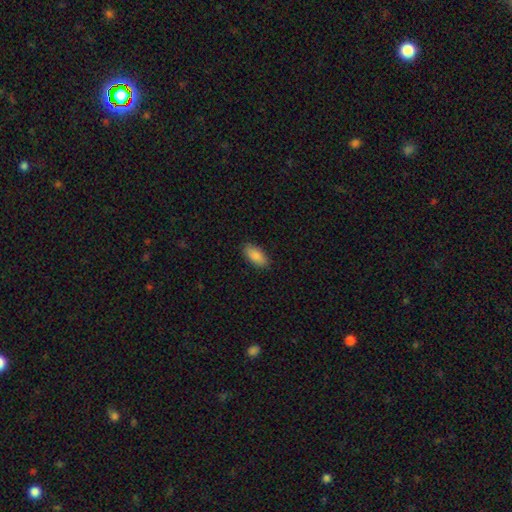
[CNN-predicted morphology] Smooth or featured?
  - smooth: 89% *
  - star or artifact: 7%
  - featured or disk: 5%
How rounded?
  - in between: 91% *
  - cigar-shaped: 7%
  - round: 2%
Merging?
  - none: 88% *
  - minor disturbance: 9%
  - major disturbance: 2%
  - merger: 1%